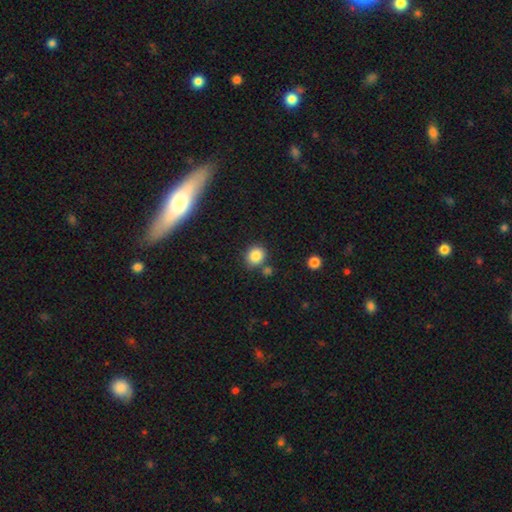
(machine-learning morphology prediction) Q: Smooth or featured?
A: smooth (85%); runner-up: star or artifact (10%)
Q: How rounded?
A: round (80%); runner-up: in between (19%)
Q: Merging?
A: none (77%); runner-up: minor disturbance (10%)